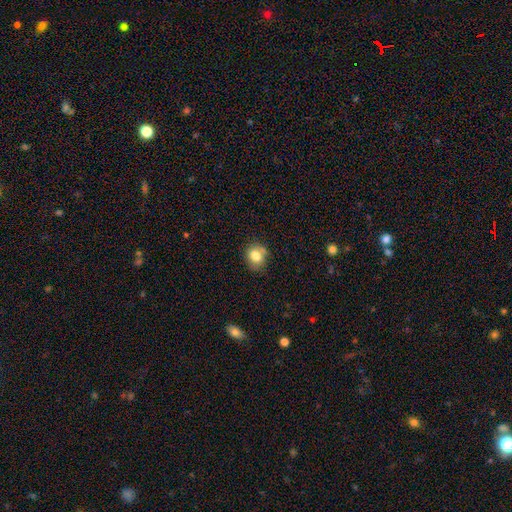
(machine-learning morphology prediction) Smooth or featured? Predicted: smooth (p=0.79). How rounded? Predicted: round (p=0.65). Merging? Predicted: none (p=0.66).